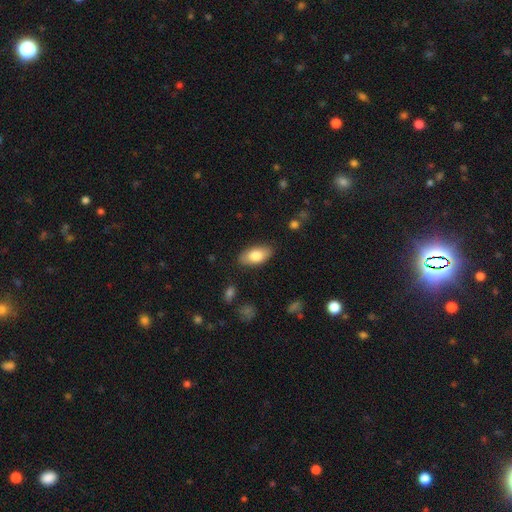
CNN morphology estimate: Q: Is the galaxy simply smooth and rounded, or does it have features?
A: smooth — 80%.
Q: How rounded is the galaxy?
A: in between — 92%.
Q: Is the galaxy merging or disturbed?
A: none — 85%.